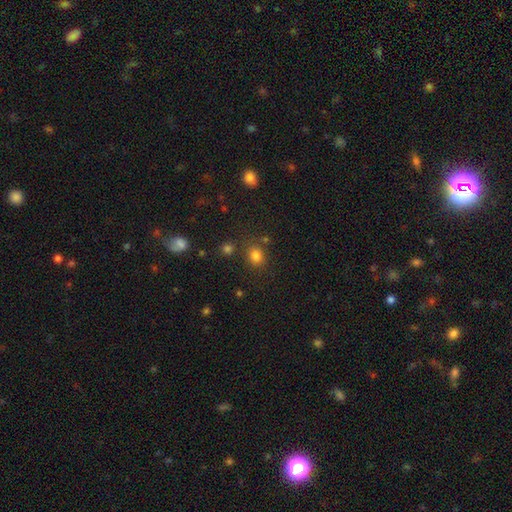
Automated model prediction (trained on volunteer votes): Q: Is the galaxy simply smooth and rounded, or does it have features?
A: smooth — 80%.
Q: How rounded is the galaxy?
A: round — 69%.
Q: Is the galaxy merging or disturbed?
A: none — 77%.